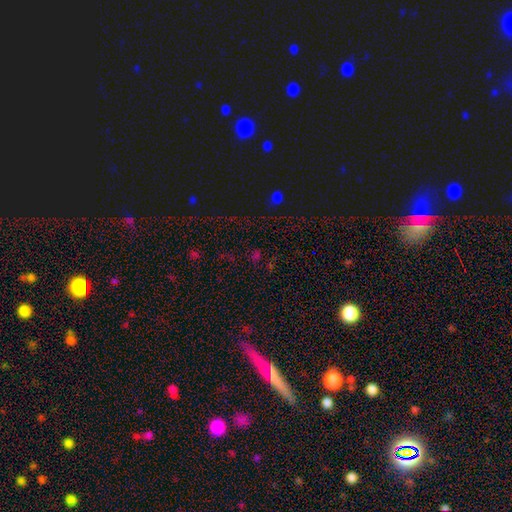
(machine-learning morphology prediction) This is possibly a star or artifact rather than a galaxy (53%).